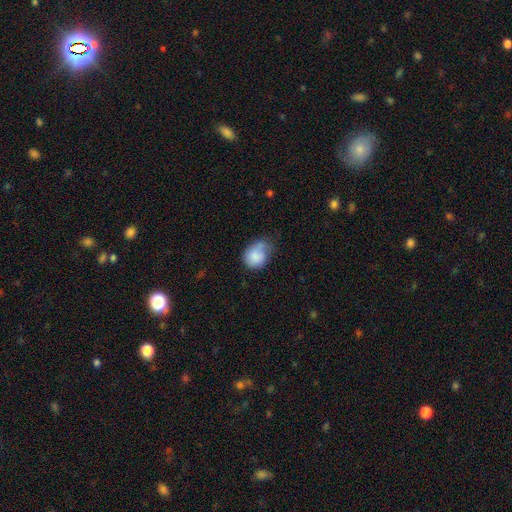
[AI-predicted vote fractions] This appears to be a smooth galaxy with no disk features (79%) that is round (53%). Merging: minor disturbance (40%).